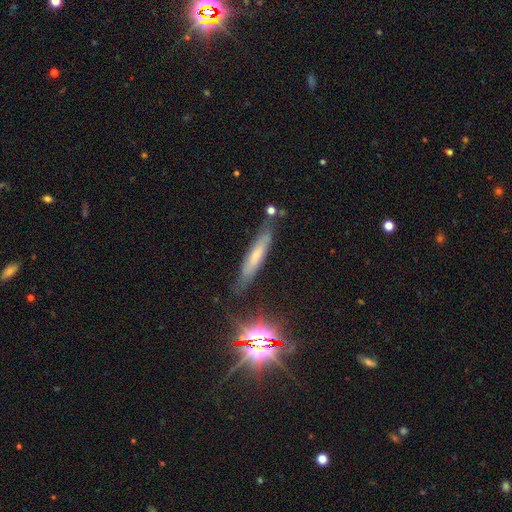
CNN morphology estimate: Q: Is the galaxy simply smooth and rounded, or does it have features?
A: smooth — 44%.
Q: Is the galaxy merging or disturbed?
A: none — 78%.